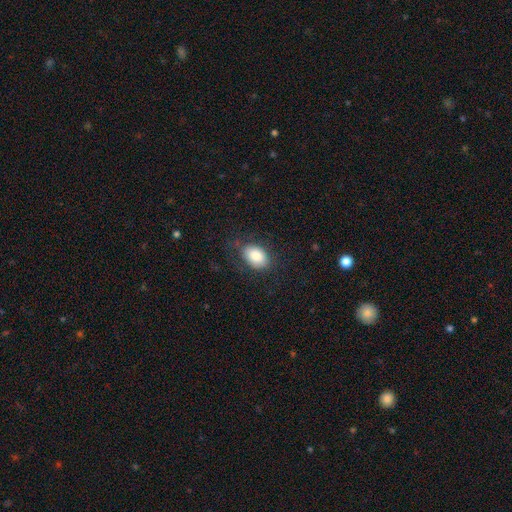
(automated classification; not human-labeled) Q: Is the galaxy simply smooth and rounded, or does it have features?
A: smooth — 85%.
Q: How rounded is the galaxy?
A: in between — 87%.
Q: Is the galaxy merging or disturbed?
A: none — 72%.